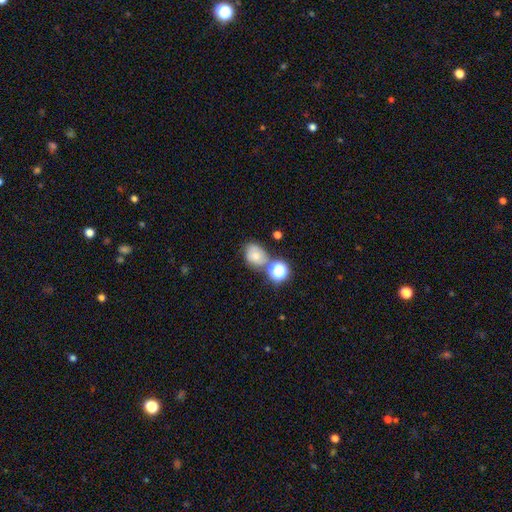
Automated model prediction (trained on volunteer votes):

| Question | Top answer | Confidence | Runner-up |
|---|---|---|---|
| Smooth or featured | smooth | 66% | featured or disk (18%) |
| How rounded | in between | 54% | round (45%) |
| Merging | none | 54% | merger (20%) |